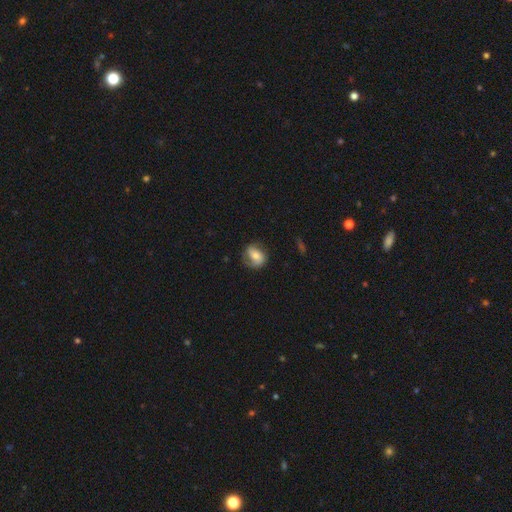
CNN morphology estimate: The model was most divided on "how rounded": round: 53%, in between: 45%, cigar-shaped: 2%. More confident: merging — none (63%); smooth or featured — smooth (50%).